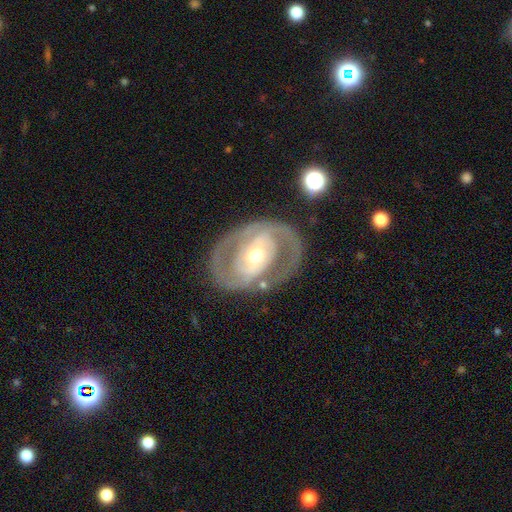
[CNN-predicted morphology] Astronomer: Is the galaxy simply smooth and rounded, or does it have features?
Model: featured or disk — 81%.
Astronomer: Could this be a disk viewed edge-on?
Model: no — 95%.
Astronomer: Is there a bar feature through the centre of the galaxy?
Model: no — 39% (runner-up: weak, 33%).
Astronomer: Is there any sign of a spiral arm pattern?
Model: yes — 68%.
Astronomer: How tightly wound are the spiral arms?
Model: tight — 47% (runner-up: medium, 38%).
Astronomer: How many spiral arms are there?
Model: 2 — 75%.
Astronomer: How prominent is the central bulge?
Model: moderate — 62%.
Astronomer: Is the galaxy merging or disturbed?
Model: none — 75%.